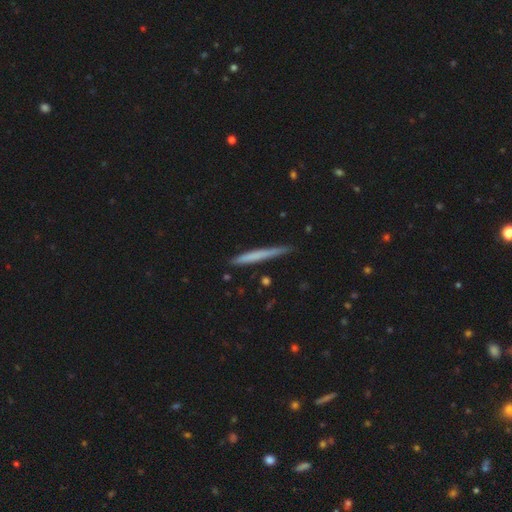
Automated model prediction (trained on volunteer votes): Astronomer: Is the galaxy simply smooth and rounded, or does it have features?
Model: smooth — 62%.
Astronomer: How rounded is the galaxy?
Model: cigar-shaped — 97%.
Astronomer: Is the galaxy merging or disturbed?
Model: none — 85%.